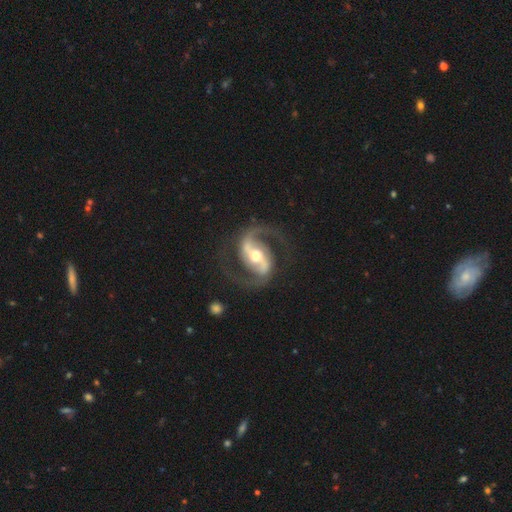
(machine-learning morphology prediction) This appears to be a featured or disk galaxy (92%) with a strong bar (52%), 2 (94%) medium (58%) spiral arms (97%) and a moderate central bulge (73%). Merging: none (80%).